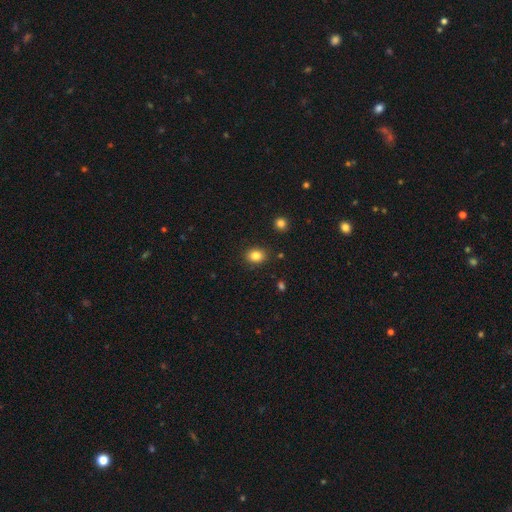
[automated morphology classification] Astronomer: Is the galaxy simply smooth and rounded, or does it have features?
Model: smooth — 84%.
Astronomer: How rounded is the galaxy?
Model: round — 51% (runner-up: in between, 48%).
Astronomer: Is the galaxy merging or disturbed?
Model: none — 87%.